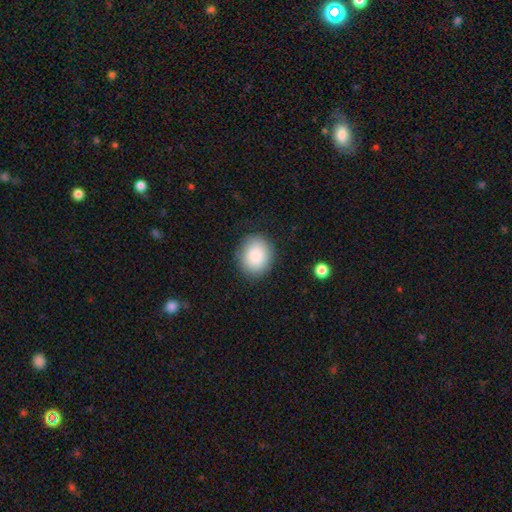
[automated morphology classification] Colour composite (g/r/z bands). It shows a smooth galaxy with no disk features (87%) that is round (65%). Merging: none (87%).